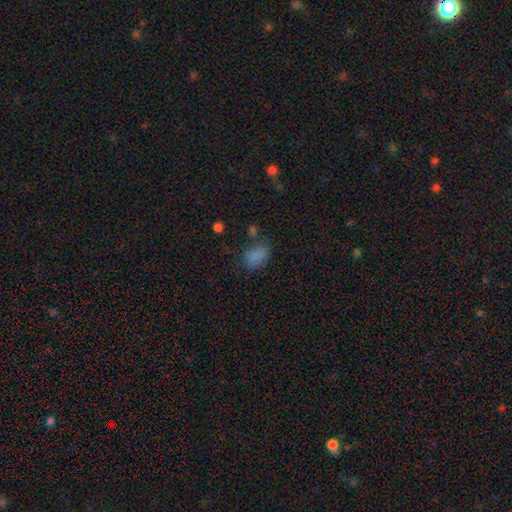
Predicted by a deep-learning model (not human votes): Overall: smooth (77%). How rounded: in between (85%). Merging: none (54%; minor disturbance 25%).